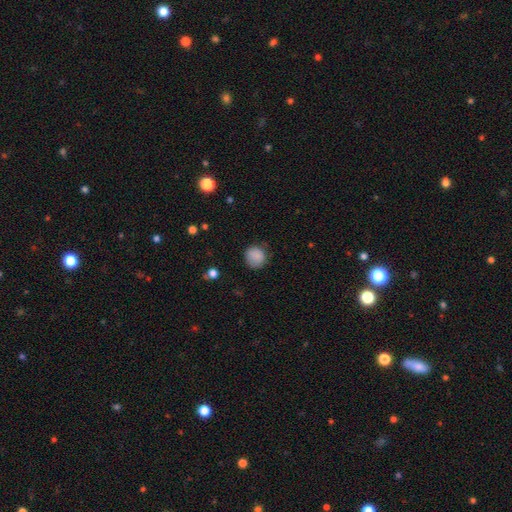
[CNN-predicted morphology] Overall: smooth (86%). How rounded: round (89%). Merging: none (78%).